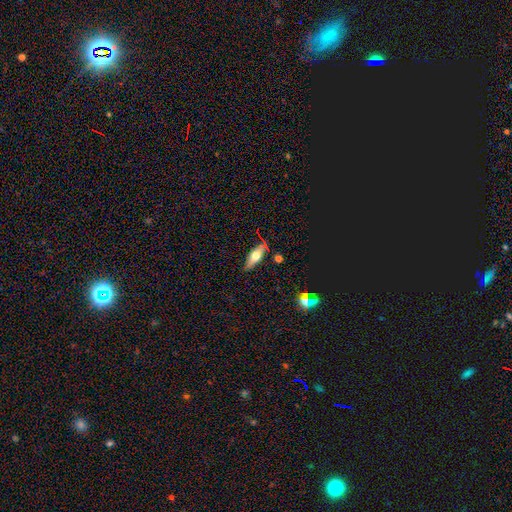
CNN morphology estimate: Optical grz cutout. It shows a smooth galaxy with no disk features (50%) that is in between round and cigar-shaped (55%). Merging: none (75%).